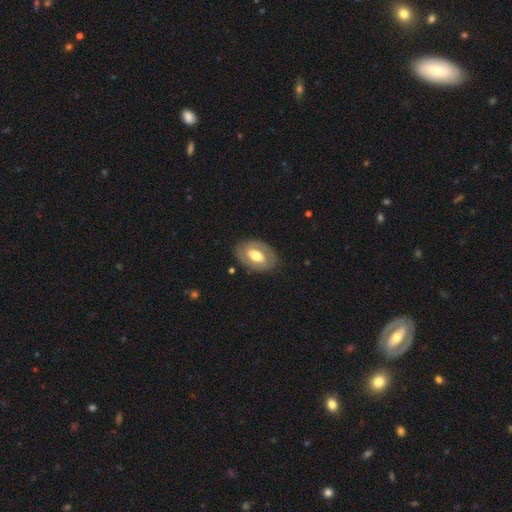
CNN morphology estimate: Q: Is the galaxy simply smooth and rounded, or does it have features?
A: featured or disk — 54%.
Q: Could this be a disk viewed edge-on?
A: no — 92%.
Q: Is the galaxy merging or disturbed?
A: none — 82%.